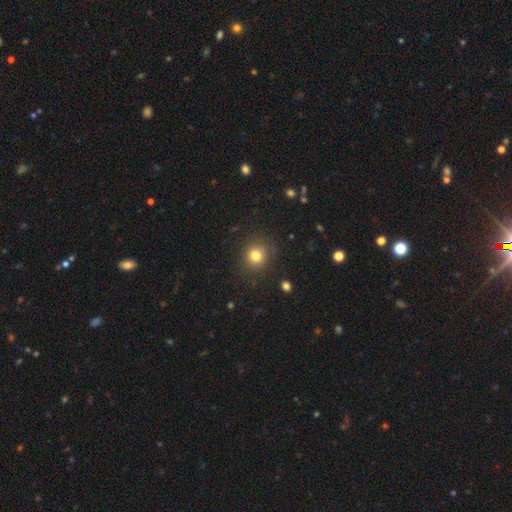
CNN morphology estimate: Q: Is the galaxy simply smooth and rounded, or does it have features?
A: smooth — 79%.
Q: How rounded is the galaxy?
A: round — 86%.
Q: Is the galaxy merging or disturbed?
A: none — 86%.